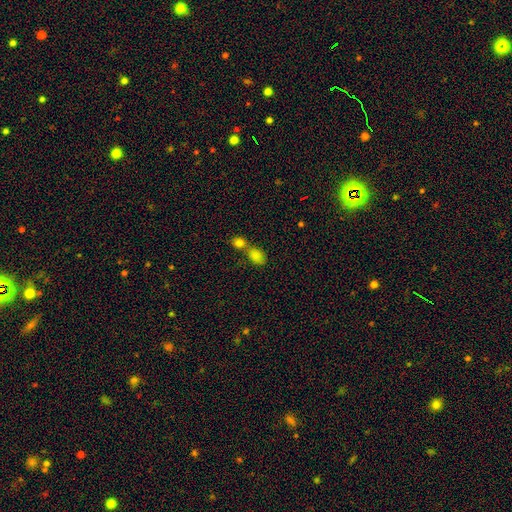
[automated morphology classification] Smooth or featured?
  - smooth: 81% *
  - star or artifact: 11%
  - featured or disk: 7%
How rounded?
  - in between: 76% *
  - round: 22%
  - cigar-shaped: 3%
Merging?
  - merger: 56% *
  - none: 31%
  - minor disturbance: 8%
  - major disturbance: 4%